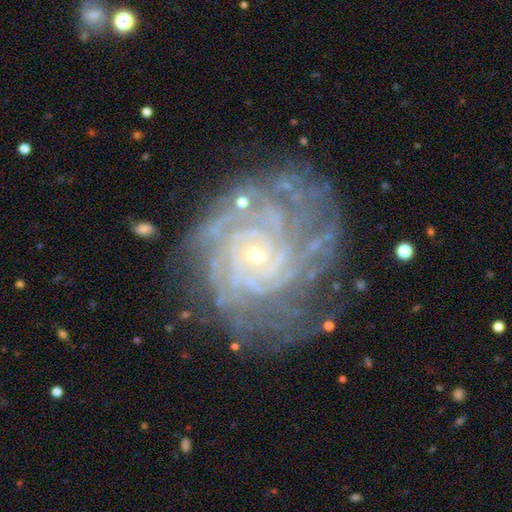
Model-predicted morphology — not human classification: This appears to be a featured or disk galaxy (90%) with no bar (73%), more than 4 (25%) tight (83%) spiral arms (98%) and a small central bulge (78%). Merging: none (71%).